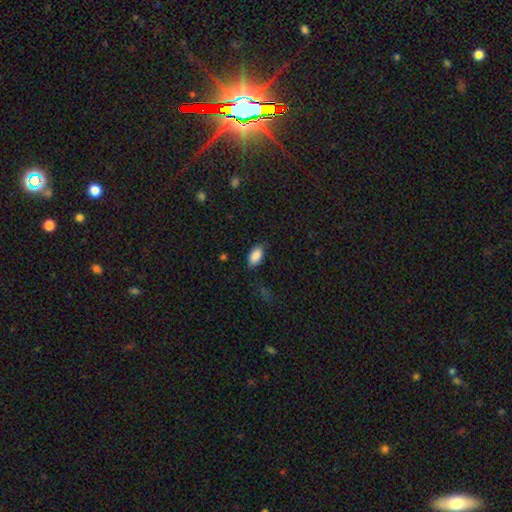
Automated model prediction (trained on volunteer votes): Morphology: type=smooth (88%); roundness=in between (93%); merging=none (79%).